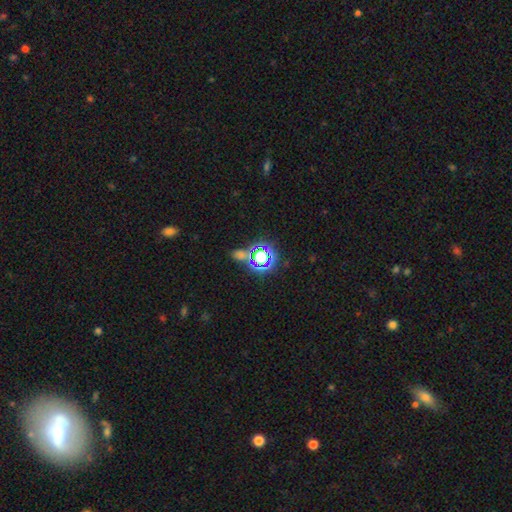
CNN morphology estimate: The model was most divided on "smooth or featured": star or artifact: 70%, smooth: 21%, featured or disk: 9%.